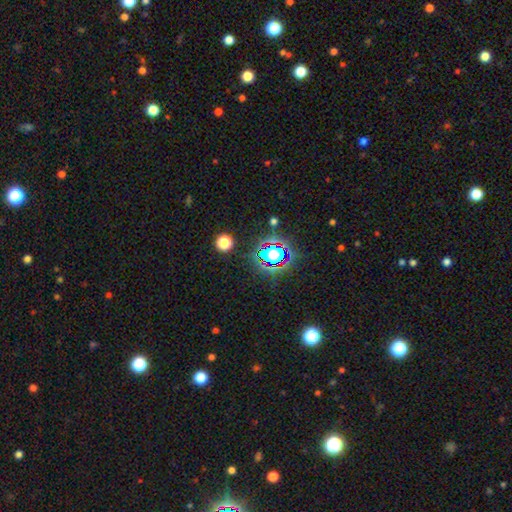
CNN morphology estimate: star or artifact 76%, smooth 15%, featured or disk 9%.